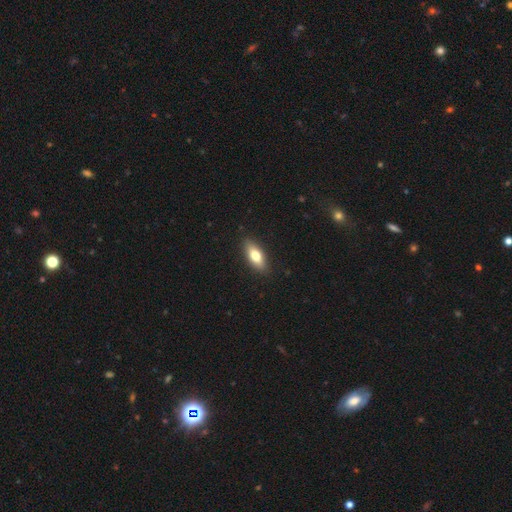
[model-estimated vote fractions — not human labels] Morphology: type=smooth (71%); roundness=in between (75%); merging=none (88%).